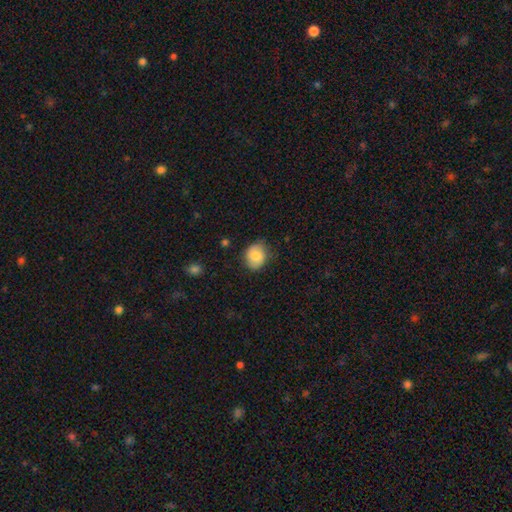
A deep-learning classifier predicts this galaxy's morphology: smooth 77%, featured or disk 15%, star or artifact 8%. Down the decision tree: how rounded — round (59%); merging — none (74%).